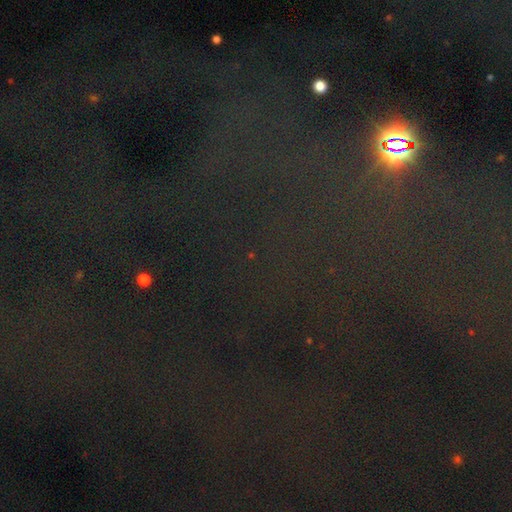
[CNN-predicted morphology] The model was most divided on "smooth or featured": star or artifact: 79%, smooth: 13%, featured or disk: 8%.